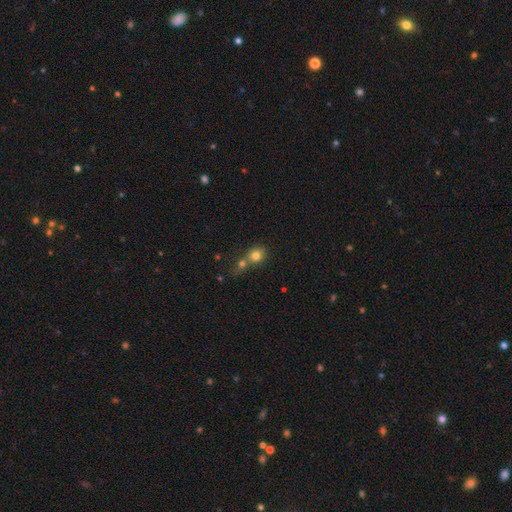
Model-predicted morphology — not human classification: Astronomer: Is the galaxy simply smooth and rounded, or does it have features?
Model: smooth — 77%.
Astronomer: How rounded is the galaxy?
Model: round — 74%.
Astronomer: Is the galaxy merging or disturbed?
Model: merger — 54% (runner-up: none, 34%).